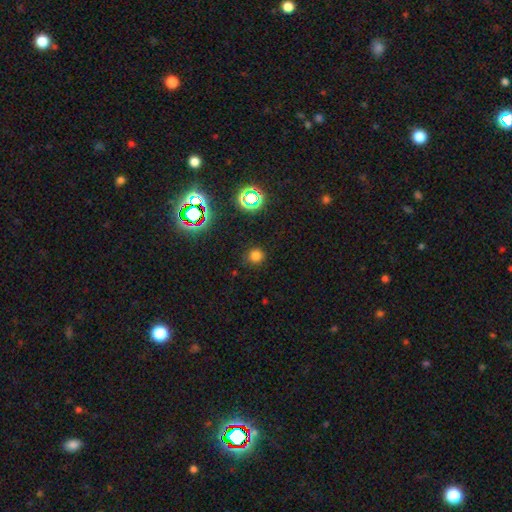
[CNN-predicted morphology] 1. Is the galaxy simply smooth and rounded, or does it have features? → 72% smooth, 22% star or artifact, 5% featured or disk.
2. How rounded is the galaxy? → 92% round, 7% in between, 1% cigar-shaped.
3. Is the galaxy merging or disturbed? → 87% none, 8% minor disturbance, 3% major disturbance, 1% merger.